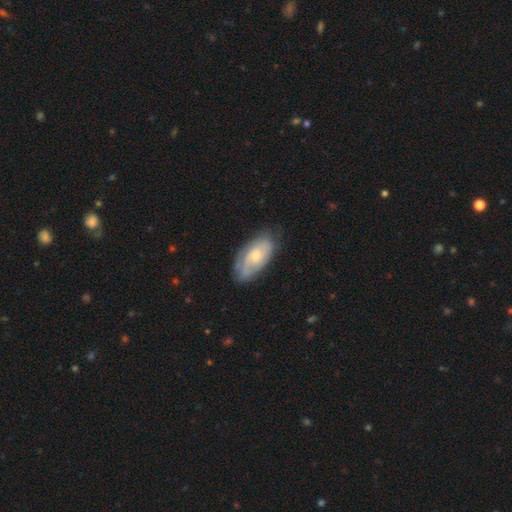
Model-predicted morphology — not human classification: Overall: featured or disk (55%; smooth 39%). Edge-on disk: no (92%). Bar: no (77%). Spiral arms: yes (78%). Bulge size: small (55%; moderate 37%). Merging: none (69%).